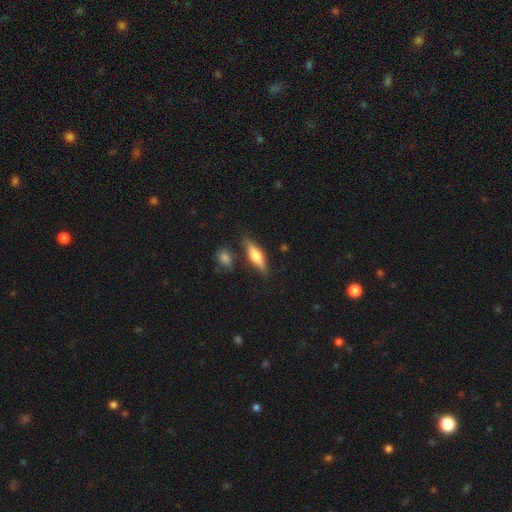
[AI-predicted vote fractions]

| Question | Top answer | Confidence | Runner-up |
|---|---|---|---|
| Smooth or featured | smooth | 50% | featured or disk (44%) |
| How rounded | cigar-shaped | 53% | in between (44%) |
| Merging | none | 77% | minor disturbance (14%) |